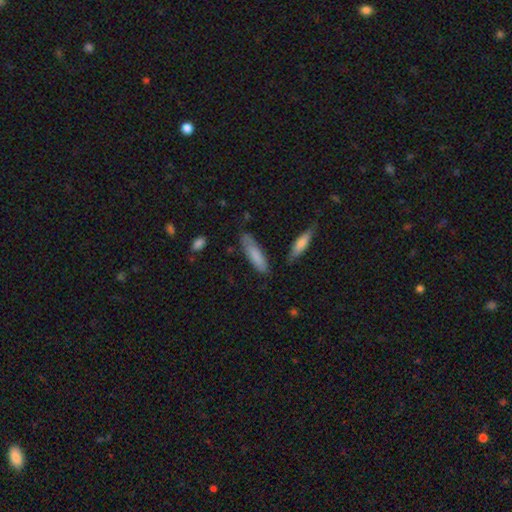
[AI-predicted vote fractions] smooth 79%, featured or disk 15%, star or artifact 6%. Down the decision tree: how rounded — cigar-shaped (65%); merging — none (73%).